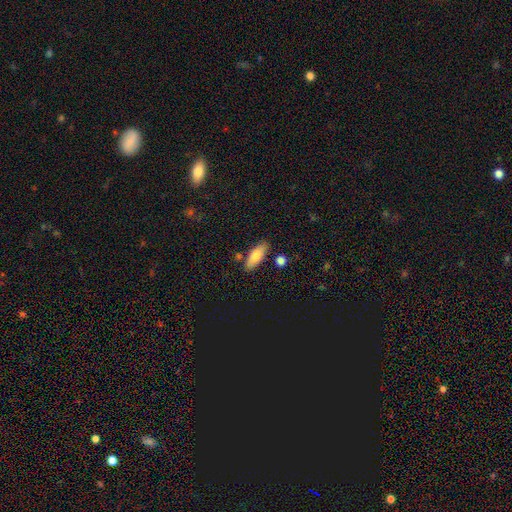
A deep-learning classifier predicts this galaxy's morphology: smooth 77%, featured or disk 16%, star or artifact 7%. Down the decision tree: how rounded — in between (72%); merging — none (81%).